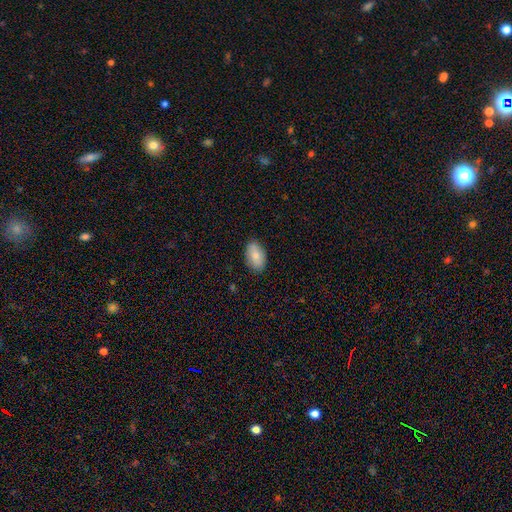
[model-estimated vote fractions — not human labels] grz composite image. It shows a smooth galaxy with no disk features (80%) that is in between round and cigar-shaped (92%). Merging: none (86%).